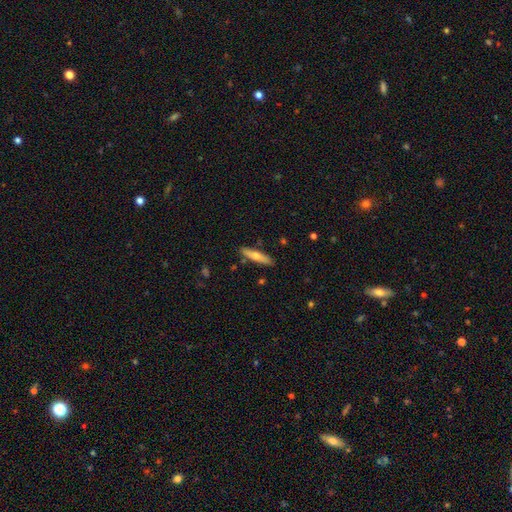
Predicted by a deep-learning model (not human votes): A smooth galaxy with no disk features (57%) that is cigar-shaped (83%).

Vote fractions:
- Smooth or featured? smooth: 57% / featured or disk: 37% / star or artifact: 6%
- How rounded? cigar-shaped: 83% / in between: 15% / round: 2%
- Merging? none: 86% / minor disturbance: 10% / merger: 2% / major disturbance: 2%